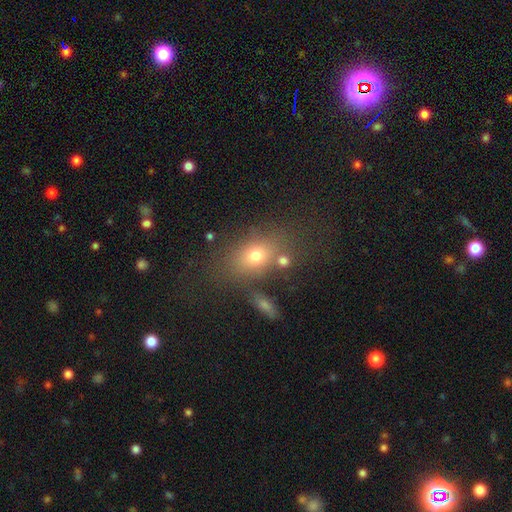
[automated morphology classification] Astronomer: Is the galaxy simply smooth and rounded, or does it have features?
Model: smooth — 71%.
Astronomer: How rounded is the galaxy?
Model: in between — 65%.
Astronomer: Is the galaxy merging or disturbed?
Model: none — 66%.